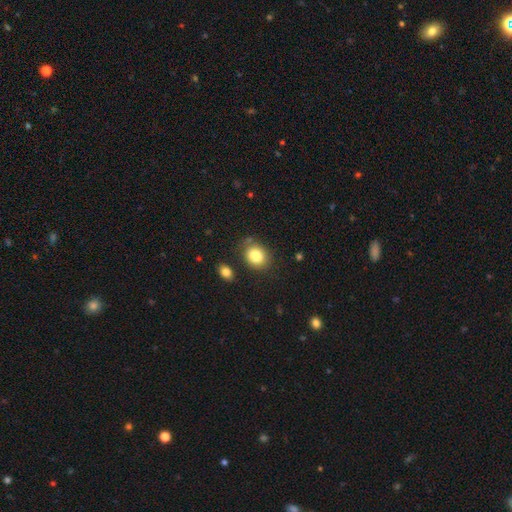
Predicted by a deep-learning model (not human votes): This is clearly a smooth galaxy (83%). How rounded: likely round (62%). Merging: likely none (77%).